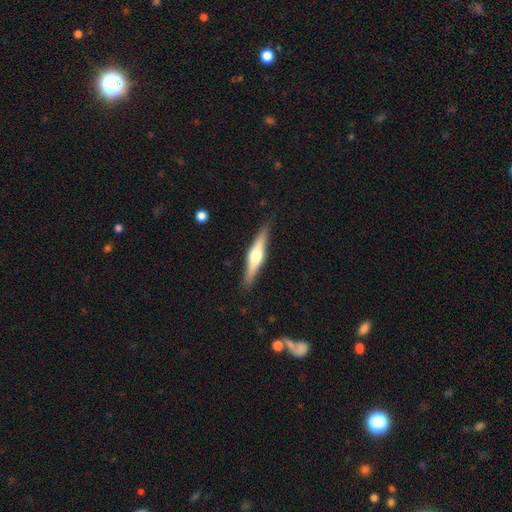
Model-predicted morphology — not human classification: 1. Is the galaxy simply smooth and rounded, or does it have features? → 61% featured or disk, 33% smooth, 5% star or artifact.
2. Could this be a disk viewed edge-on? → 96% yes, 4% no.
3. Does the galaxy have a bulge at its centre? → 91% rounded, 5% boxy, 3% none.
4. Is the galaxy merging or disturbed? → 87% none, 10% minor disturbance, 2% major disturbance, 1% merger.